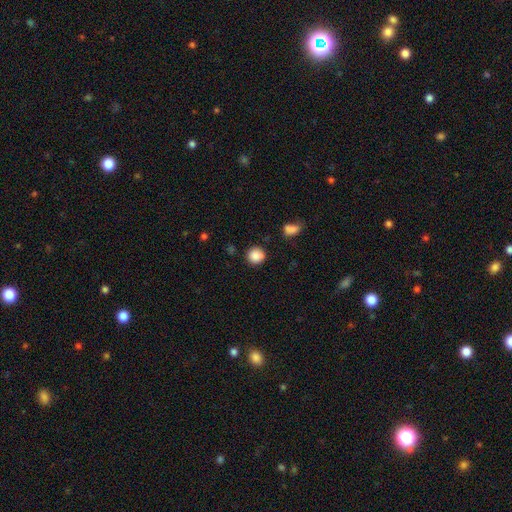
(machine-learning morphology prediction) smooth 87%, star or artifact 9%, featured or disk 4%. Down the decision tree: how rounded — round (91%); merging — none (85%).